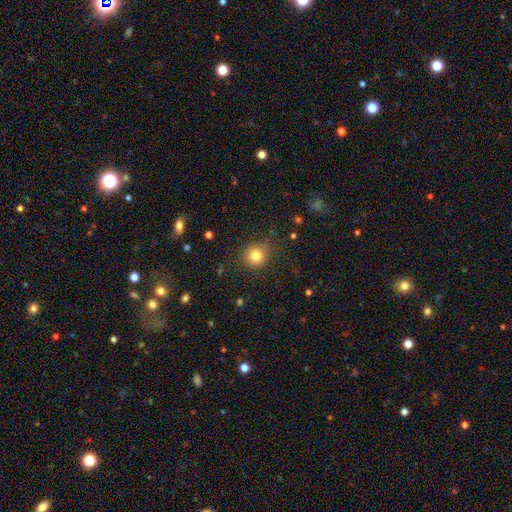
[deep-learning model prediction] Smooth or featured?
  - smooth: 80% *
  - star or artifact: 13%
  - featured or disk: 7%
How rounded?
  - round: 91% *
  - in between: 8%
  - cigar-shaped: 1%
Merging?
  - none: 84% *
  - minor disturbance: 11%
  - major disturbance: 3%
  - merger: 2%